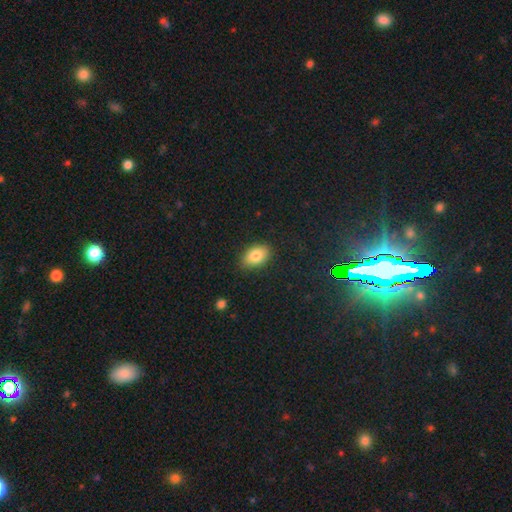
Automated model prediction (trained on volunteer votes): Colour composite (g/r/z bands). It shows a smooth galaxy with no disk features (83%) that is in between round and cigar-shaped (87%). Merging: none (85%).